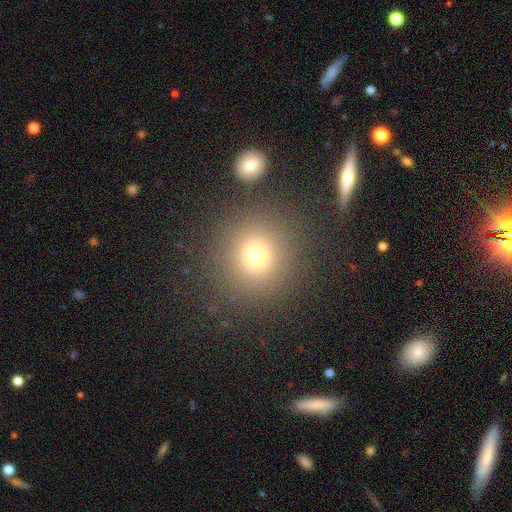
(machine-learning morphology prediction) This appears to be a smooth galaxy with no disk features (73%) that is round (92%). Merging: none (85%).